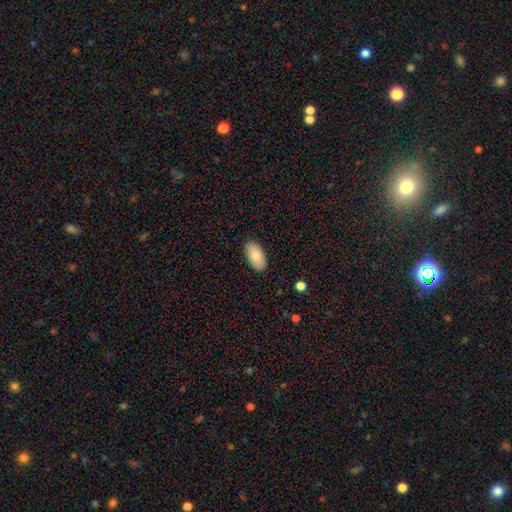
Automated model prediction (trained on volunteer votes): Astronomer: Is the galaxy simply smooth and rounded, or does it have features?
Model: smooth — 84%.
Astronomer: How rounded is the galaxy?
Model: in between — 95%.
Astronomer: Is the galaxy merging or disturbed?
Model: none — 88%.